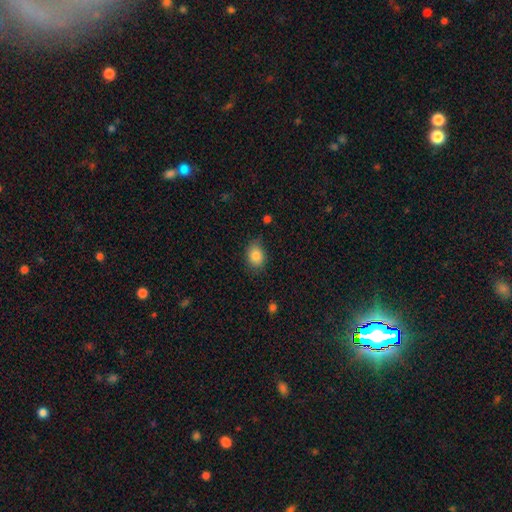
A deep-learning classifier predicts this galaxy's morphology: Smooth or featured? smooth (84%)
How rounded? in between (59%)
Merging? none (74%)